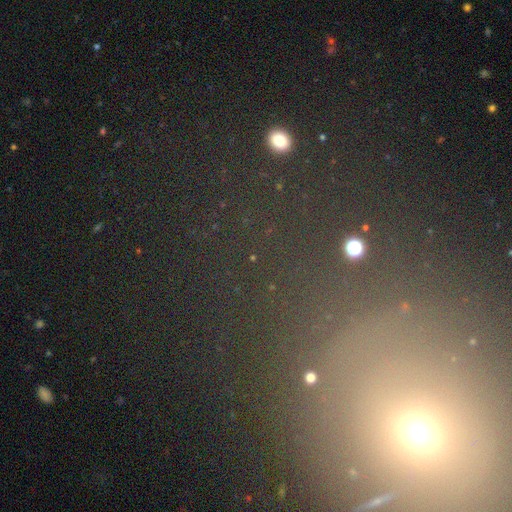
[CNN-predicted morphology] Smooth or featured: star or artifact — 58% (smooth — 29%)